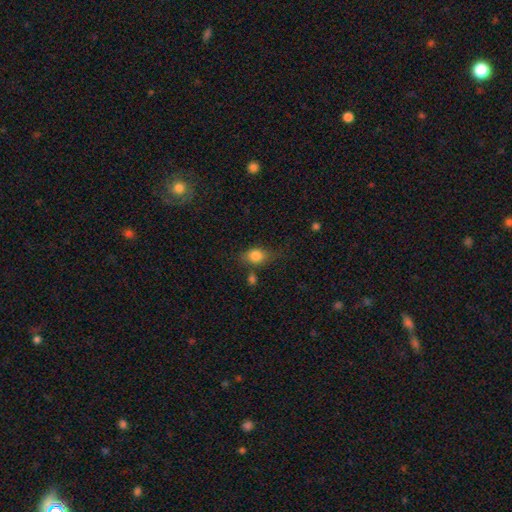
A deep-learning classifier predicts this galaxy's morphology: This appears to be a smooth galaxy with no disk features (81%) that is in between round and cigar-shaped (62%). Merging: none (60%).